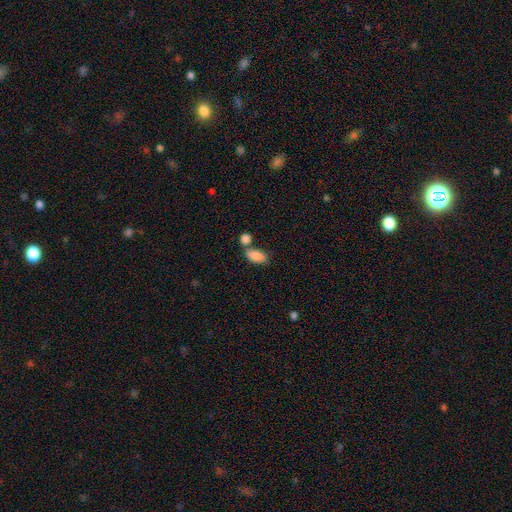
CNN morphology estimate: The model was most divided on "merging": none: 57%, merger: 26%, minor disturbance: 13%, major disturbance: 4%. More confident: how rounded — in between (90%); smooth or featured — smooth (86%).